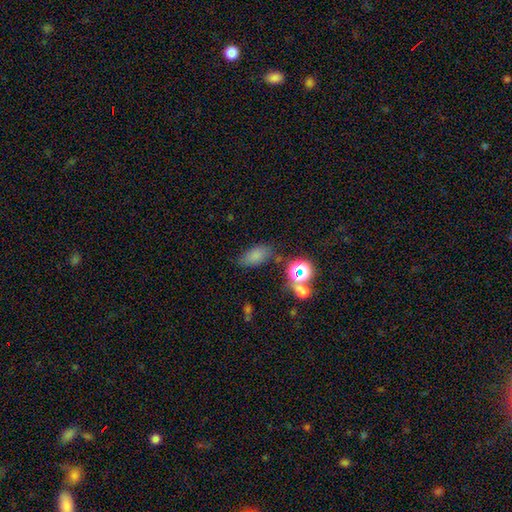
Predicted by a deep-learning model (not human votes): Q: Smooth or featured?
A: smooth (70%); runner-up: star or artifact (21%)
Q: How rounded?
A: in between (87%); runner-up: round (9%)
Q: Merging?
A: none (71%); runner-up: minor disturbance (16%)